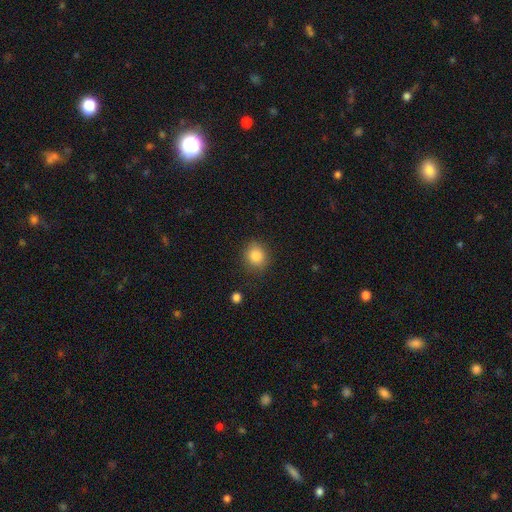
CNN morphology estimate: Smooth or featured?
  - smooth: 86% *
  - star or artifact: 9%
  - featured or disk: 4%
How rounded?
  - round: 75% *
  - in between: 24%
  - cigar-shaped: 1%
Merging?
  - none: 84% *
  - minor disturbance: 11%
  - major disturbance: 3%
  - merger: 2%